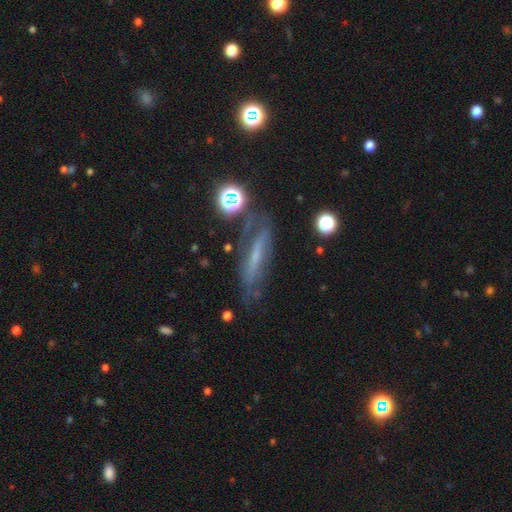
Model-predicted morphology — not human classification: A featured or disk galaxy (58%) viewed edge-on (51%).

Vote fractions:
- Smooth or featured? featured or disk: 58% / smooth: 29% / star or artifact: 13%
- Edge-on disk? yes: 51% / no: 49%
- Merging? none: 66% / minor disturbance: 20% / major disturbance: 10% / merger: 4%